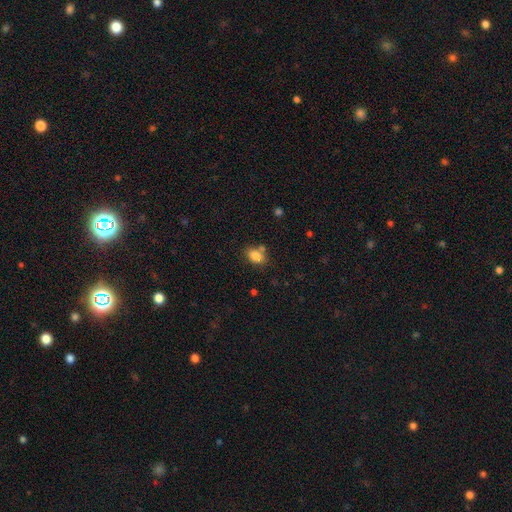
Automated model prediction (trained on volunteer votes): This appears to be a smooth galaxy with no disk features (84%) that is in between round and cigar-shaped (79%). Merging: none (65%).